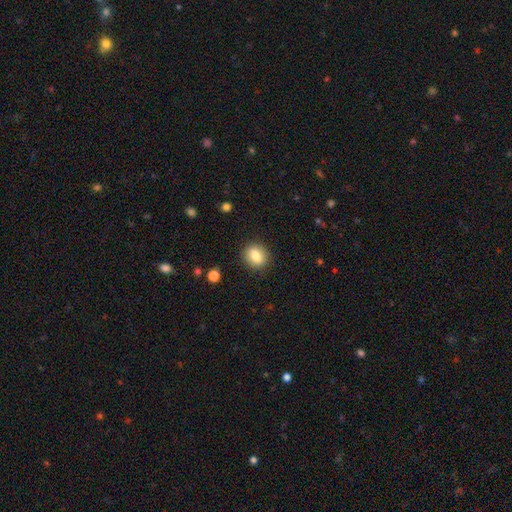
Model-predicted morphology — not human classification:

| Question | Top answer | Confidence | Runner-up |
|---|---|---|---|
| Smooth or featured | smooth | 84% | star or artifact (9%) |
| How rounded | round | 59% | in between (40%) |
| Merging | none | 88% | minor disturbance (8%) |